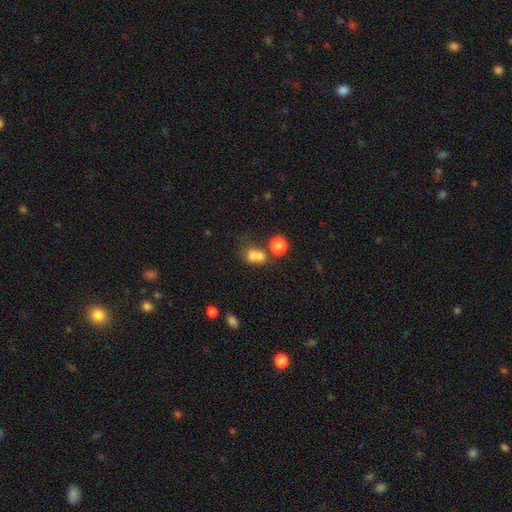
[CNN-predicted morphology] A smooth galaxy with no disk features (70%) that is round (65%).

Vote fractions:
- Smooth or featured? smooth: 70% / star or artifact: 15% / featured or disk: 15%
- How rounded? round: 65% / in between: 33% / cigar-shaped: 1%
- Merging? merger: 54% / none: 31% / minor disturbance: 9% / major disturbance: 6%